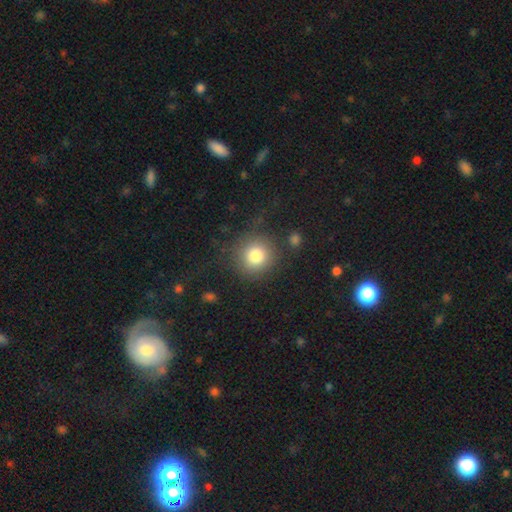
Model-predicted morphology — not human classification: smooth_or_featured: smooth (p=0.80) [alt: star or artifact p=0.11]
how_rounded: round (p=0.91) [alt: in between p=0.08]
merging: none (p=0.79) [alt: minor disturbance p=0.11]